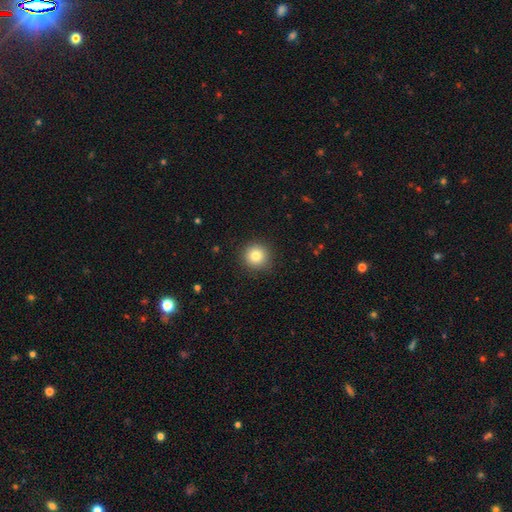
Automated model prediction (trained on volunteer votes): Smooth or featured: smooth — 82% (star or artifact — 11%)
How rounded: round — 95% (in between — 4%)
Merging: none — 90% (minor disturbance — 7%)